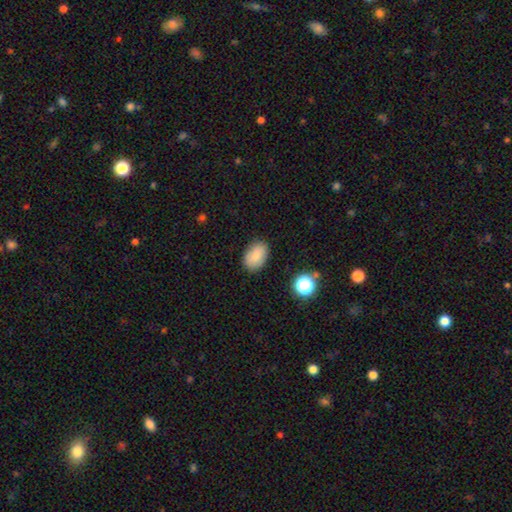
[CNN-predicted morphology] smooth_or_featured: smooth (p=0.83) [alt: star or artifact p=0.09]
how_rounded: in between (p=0.86) [alt: round p=0.13]
merging: none (p=0.85) [alt: minor disturbance p=0.11]